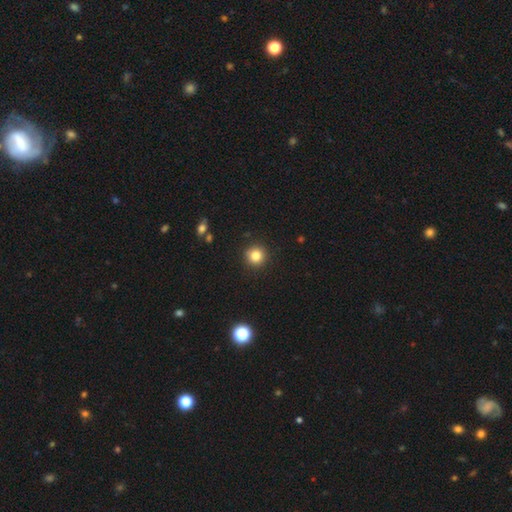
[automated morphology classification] A smooth galaxy with no disk features (83%) that is round (94%).

Vote fractions:
- Smooth or featured? smooth: 83% / star or artifact: 12% / featured or disk: 6%
- How rounded? round: 94% / in between: 5% / cigar-shaped: 1%
- Merging? none: 91% / minor disturbance: 6% / major disturbance: 2% / merger: 1%